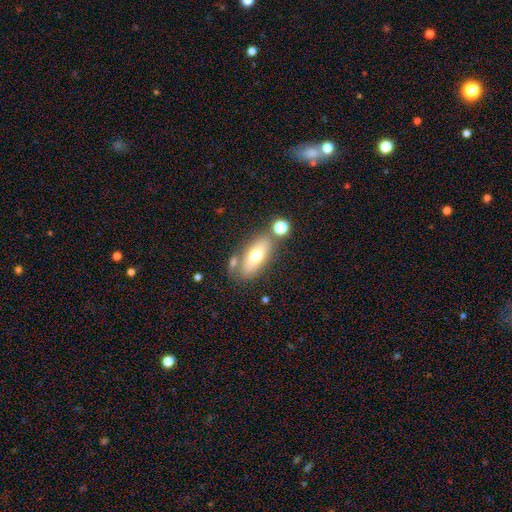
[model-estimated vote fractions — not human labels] smooth_or_featured: smooth (p=0.64) [alt: featured or disk p=0.28]
how_rounded: in between (p=0.79) [alt: cigar-shaped p=0.16]
merging: none (p=0.66) [alt: minor disturbance p=0.14]